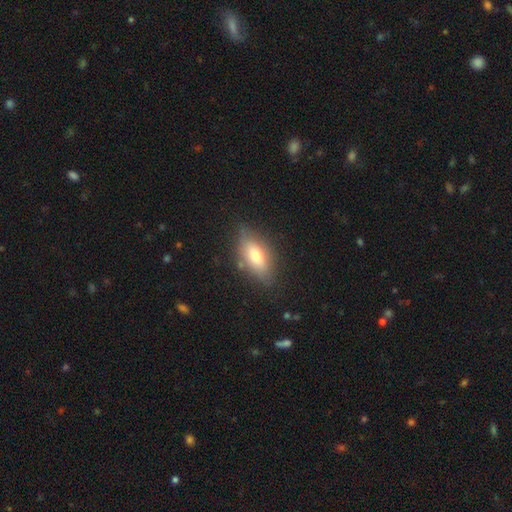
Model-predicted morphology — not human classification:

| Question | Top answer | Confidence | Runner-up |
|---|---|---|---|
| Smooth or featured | smooth | 64% | featured or disk (28%) |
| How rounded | in between | 82% | cigar-shaped (14%) |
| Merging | none | 75% | minor disturbance (19%) |